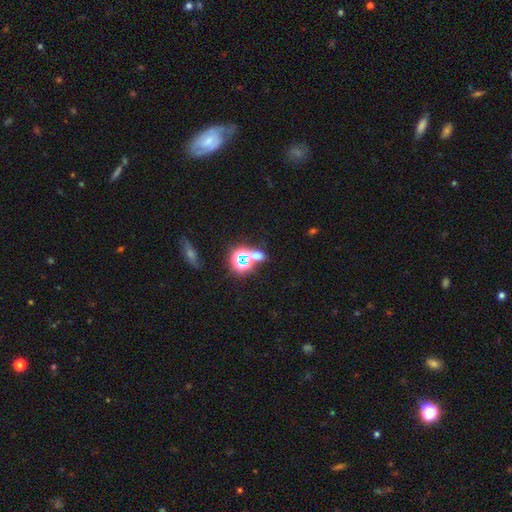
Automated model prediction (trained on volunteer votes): A star or artifact, not a galaxy (48%).